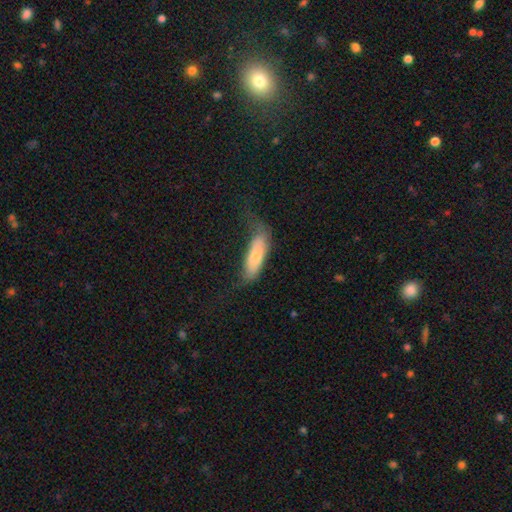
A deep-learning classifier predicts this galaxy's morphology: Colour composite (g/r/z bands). It shows a smooth galaxy with no disk features (66%) that is in between round and cigar-shaped (54%). Merging: none (39%).